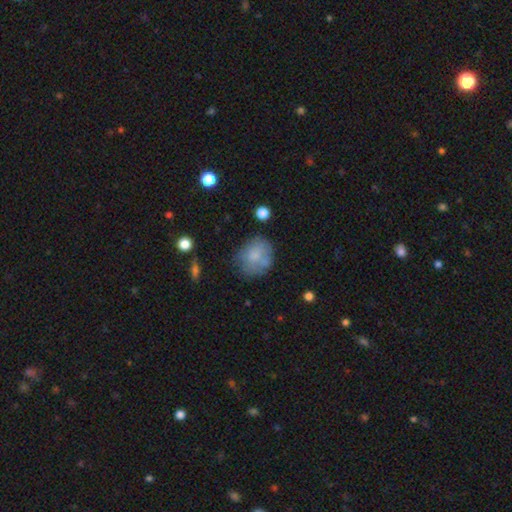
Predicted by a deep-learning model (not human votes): smooth 73%, featured or disk 19%, star or artifact 8%. Down the decision tree: how rounded — round (67%); merging — none (56%).